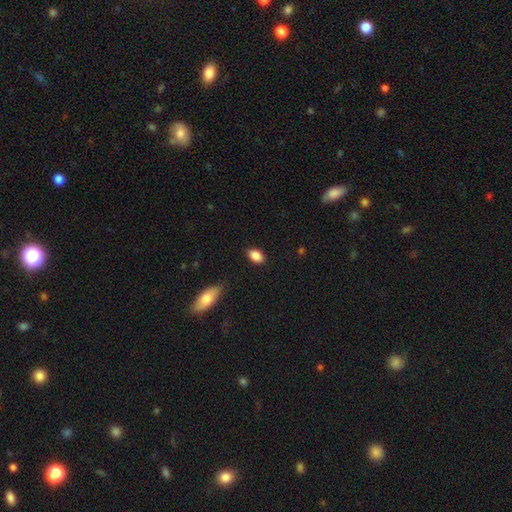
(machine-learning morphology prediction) Overall: smooth (86%). How rounded: in between (89%). Merging: none (85%).